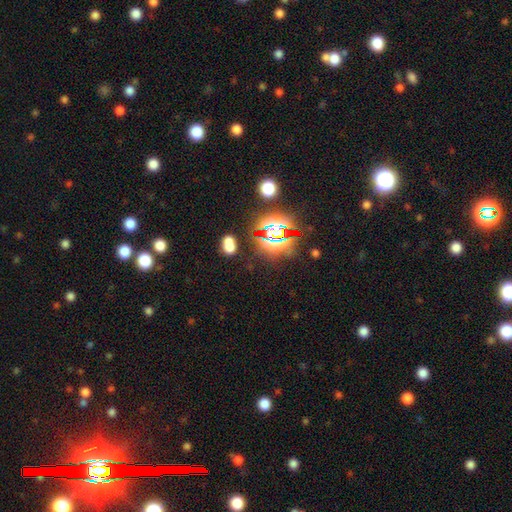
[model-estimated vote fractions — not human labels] smooth_or_featured: star or artifact (p=0.81) [alt: smooth p=0.11]